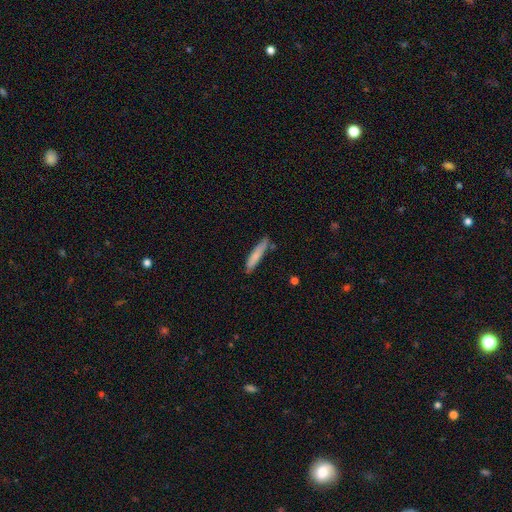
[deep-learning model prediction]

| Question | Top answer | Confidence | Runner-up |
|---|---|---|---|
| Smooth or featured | smooth | 75% | featured or disk (19%) |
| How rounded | cigar-shaped | 90% | in between (9%) |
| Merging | none | 78% | minor disturbance (16%) |